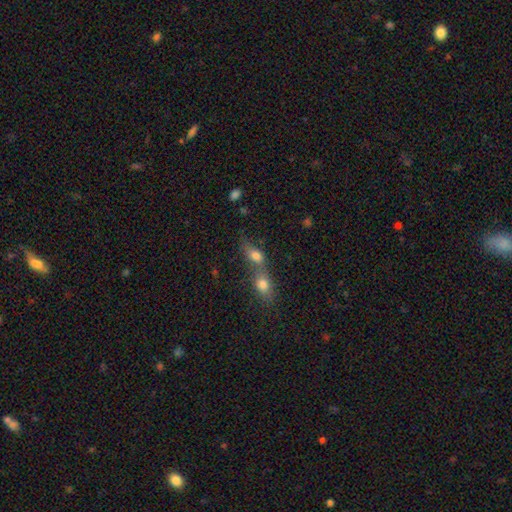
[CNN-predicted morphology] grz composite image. It shows a smooth galaxy with no disk features (76%) that is in between round and cigar-shaped (74%). Merging: merger (66%).